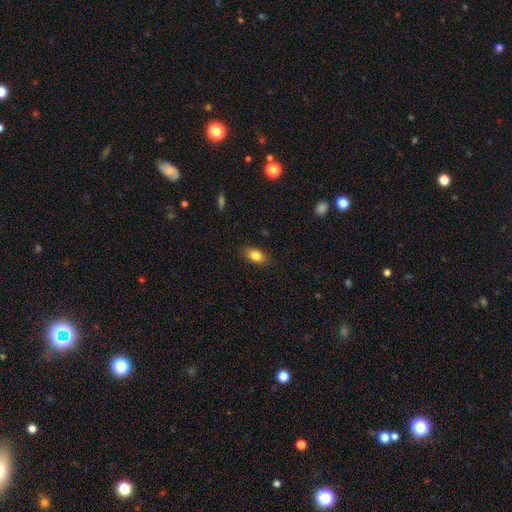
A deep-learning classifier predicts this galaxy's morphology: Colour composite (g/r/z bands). It shows a smooth galaxy with no disk features (84%) that is in between round and cigar-shaped (86%). Merging: none (85%).